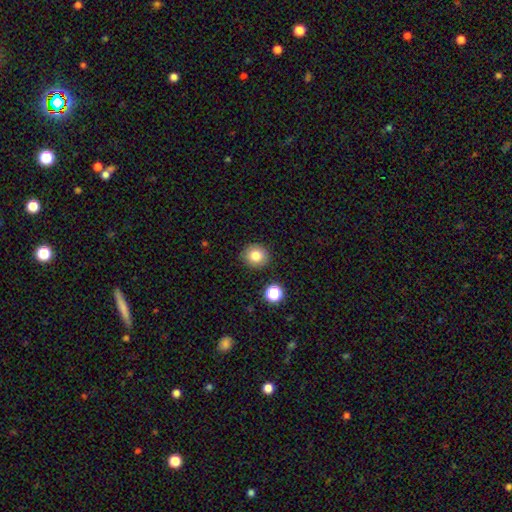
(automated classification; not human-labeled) A smooth galaxy with no disk features (81%) that is round (87%).

Vote fractions:
- Smooth or featured? smooth: 81% / star or artifact: 11% / featured or disk: 7%
- How rounded? round: 87% / in between: 12% / cigar-shaped: 1%
- Merging? none: 88% / minor disturbance: 7% / merger: 2% / major disturbance: 2%